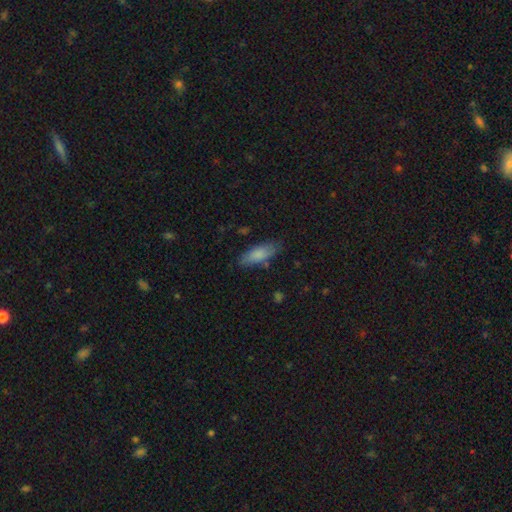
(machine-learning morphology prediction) Smooth or featured?
  - smooth: 79% *
  - featured or disk: 13%
  - star or artifact: 7%
How rounded?
  - in between: 61% *
  - cigar-shaped: 37%
  - round: 2%
Merging?
  - none: 80% *
  - minor disturbance: 15%
  - major disturbance: 3%
  - merger: 2%